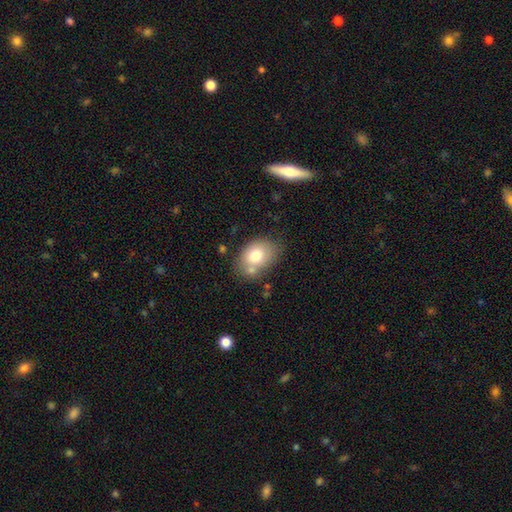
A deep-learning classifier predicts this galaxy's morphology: type=smooth (74%); roundness=in between (75%); merging=none (59%).